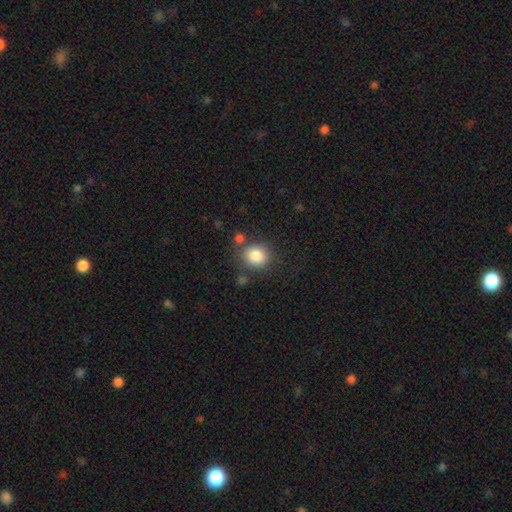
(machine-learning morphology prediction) Overall: smooth (84%). How rounded: round (80%). Merging: none (76%).